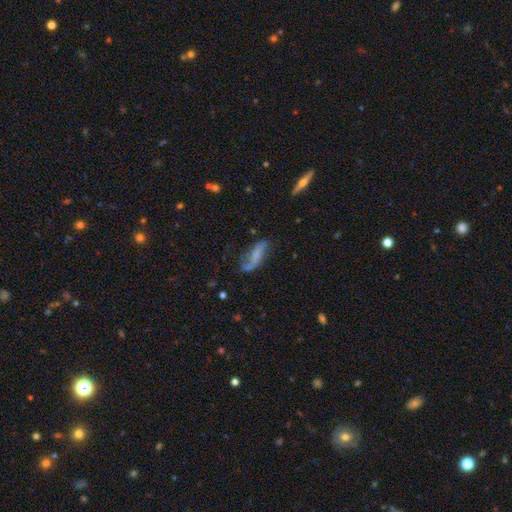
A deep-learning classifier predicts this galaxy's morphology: The model was most divided on "smooth or featured": featured or disk: 50%, smooth: 39%, star or artifact: 11%. Remaining: edge-on disk — no (83%); merging — none (47%).